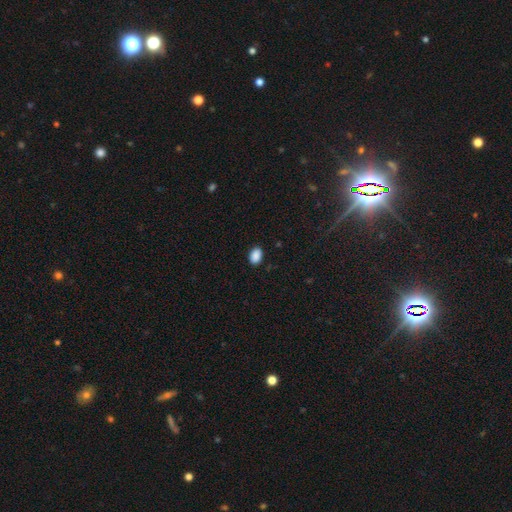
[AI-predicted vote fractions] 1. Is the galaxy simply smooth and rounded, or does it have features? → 90% smooth, 8% star or artifact, 2% featured or disk.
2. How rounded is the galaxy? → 80% in between, 19% round, 1% cigar-shaped.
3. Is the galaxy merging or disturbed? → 88% none, 9% minor disturbance, 2% major disturbance, 1% merger.